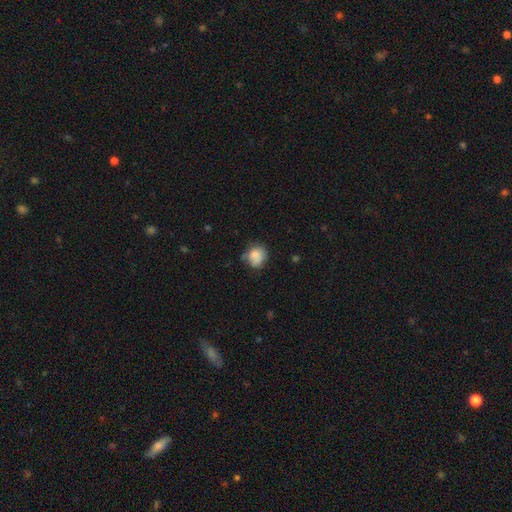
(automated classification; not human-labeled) Smooth or featured? smooth (79%)
How rounded? round (74%)
Merging? none (59%)